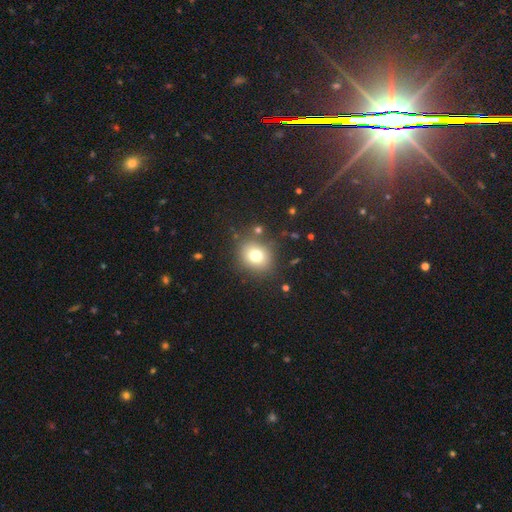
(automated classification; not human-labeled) A smooth galaxy with no disk features (76%) that is round (72%).

Vote fractions:
- Smooth or featured? smooth: 76% / star or artifact: 14% / featured or disk: 11%
- How rounded? round: 72% / in between: 27% / cigar-shaped: 1%
- Merging? none: 83% / minor disturbance: 10% / major disturbance: 4% / merger: 3%